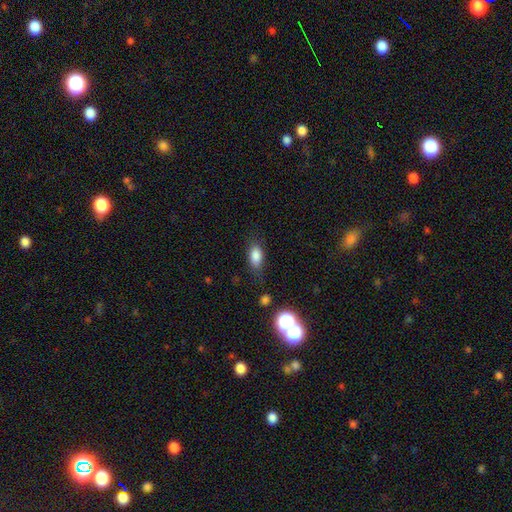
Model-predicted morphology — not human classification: A smooth galaxy with no disk features (82%) that is in between round and cigar-shaped (84%).

Vote fractions:
- Smooth or featured? smooth: 82% / star or artifact: 10% / featured or disk: 8%
- How rounded? in between: 84% / round: 9% / cigar-shaped: 7%
- Merging? none: 69% / minor disturbance: 22% / major disturbance: 7% / merger: 3%